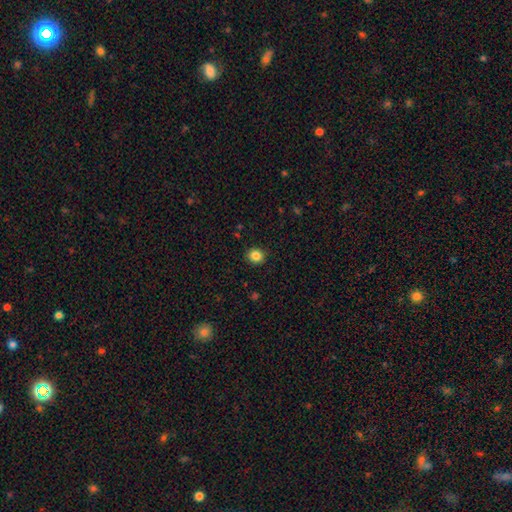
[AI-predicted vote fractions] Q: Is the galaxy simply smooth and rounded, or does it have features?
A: smooth — 85%.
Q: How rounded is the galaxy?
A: round — 84%.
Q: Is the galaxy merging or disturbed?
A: none — 91%.